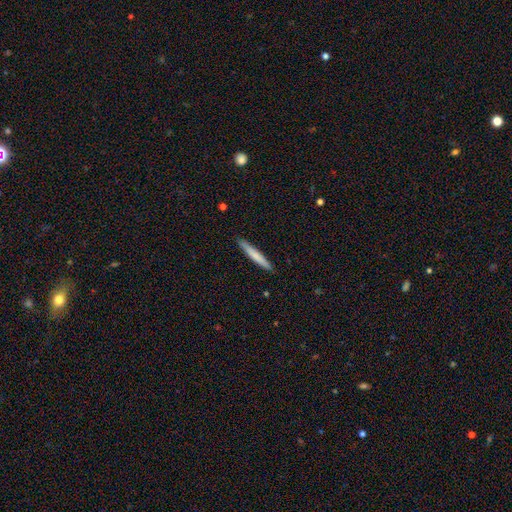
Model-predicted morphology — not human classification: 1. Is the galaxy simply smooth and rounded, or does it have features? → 70% smooth, 24% featured or disk, 5% star or artifact.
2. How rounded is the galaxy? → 95% cigar-shaped, 3% in between, 1% round.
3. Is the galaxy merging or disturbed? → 90% none, 8% minor disturbance, 1% major disturbance, 1% merger.